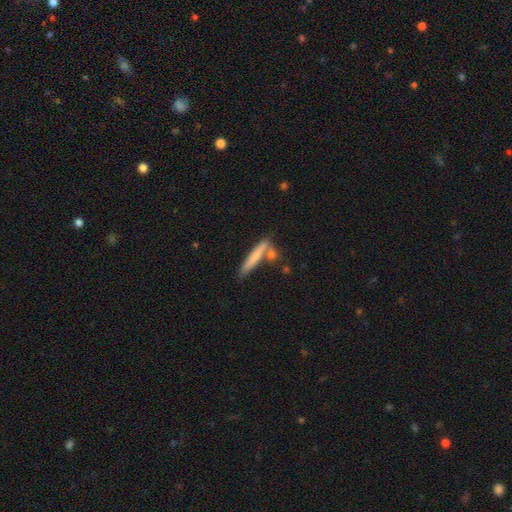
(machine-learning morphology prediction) This is likely a smooth galaxy (66%). How rounded: clearly cigar-shaped (92%). Merging: likely none (65%).